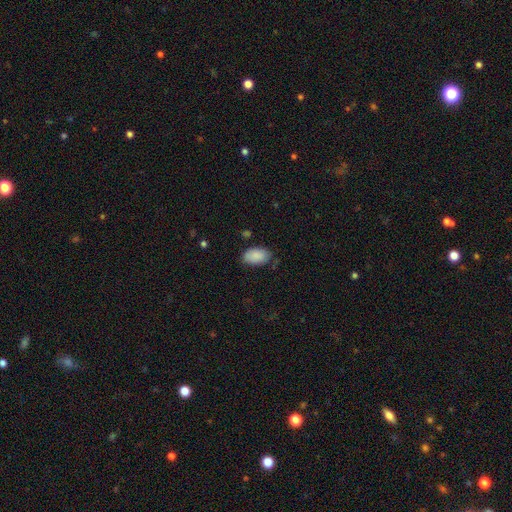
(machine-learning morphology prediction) smooth-or-featured: smooth: 88% | star or artifact: 6% | featured or disk: 5%
  how-rounded: in between: 94% | round: 5% | cigar-shaped: 1%
  merging: none: 74% | minor disturbance: 20% | major disturbance: 4% | merger: 2%